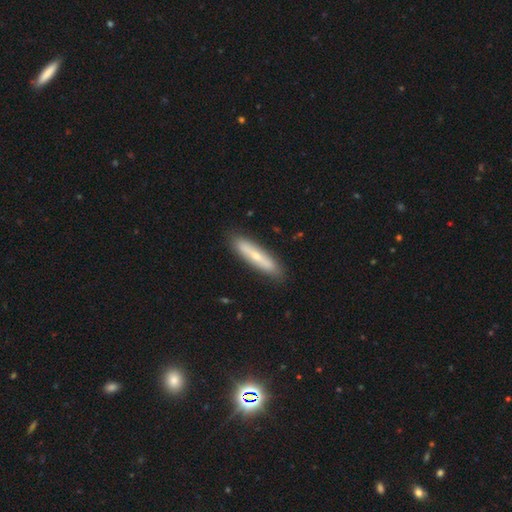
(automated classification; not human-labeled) The model was most divided on "smooth or featured": smooth: 48%, featured or disk: 45%, star or artifact: 7%. More confident: merging — none (87%).